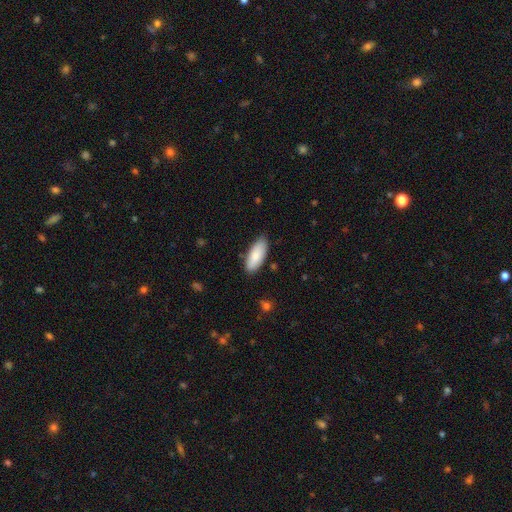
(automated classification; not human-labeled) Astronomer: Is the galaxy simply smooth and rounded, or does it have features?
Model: smooth — 82%.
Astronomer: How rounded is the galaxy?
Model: in between — 81%.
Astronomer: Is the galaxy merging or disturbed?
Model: none — 82%.